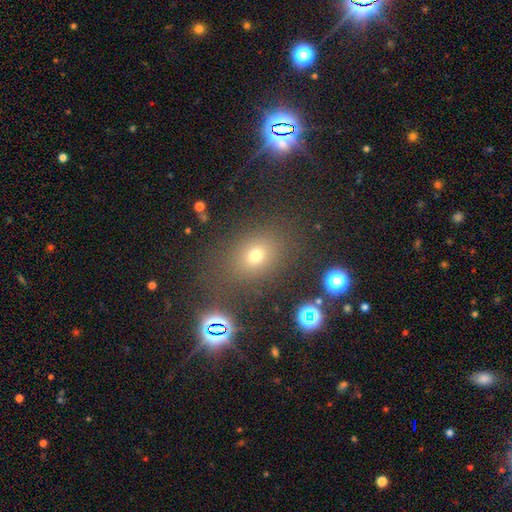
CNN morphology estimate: Smooth or featured? smooth (66%)
How rounded? round (53%)
Merging? none (79%)